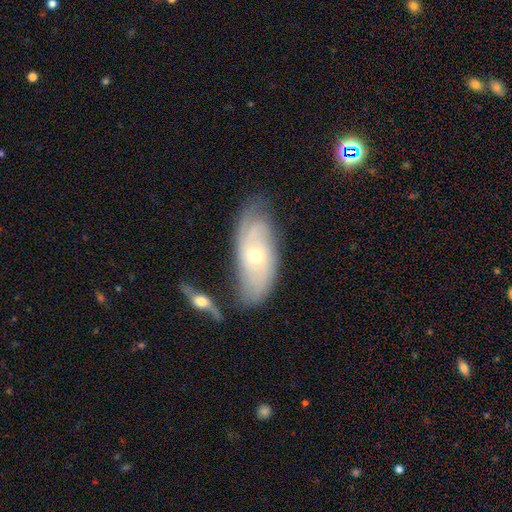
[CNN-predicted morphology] Smooth or featured?
  - featured or disk: 70% *
  - smooth: 23%
  - star or artifact: 7%
Edge-on disk?
  - no: 87% *
  - yes: 13%
Bar?
  - no: 74% *
  - weak: 22%
  - strong: 5%
Spiral arms?
  - yes: 82% *
  - no: 18%
Bulge size?
  - moderate: 52% *
  - small: 45%
  - large: 2%
  - dominant: 1%
  - none: 1%
Merging?
  - none: 65% *
  - minor disturbance: 21%
  - major disturbance: 7%
  - merger: 7%